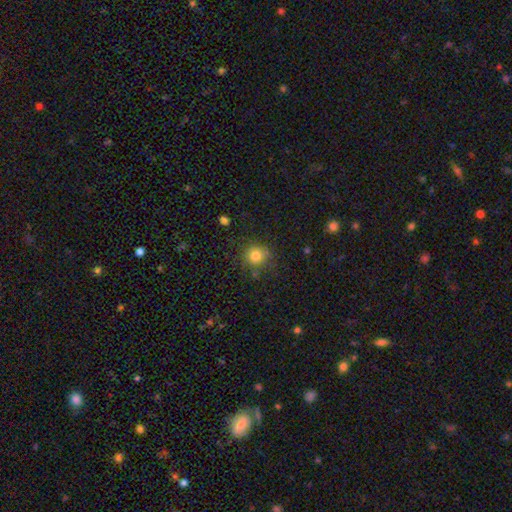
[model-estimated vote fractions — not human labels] The model was most divided on "smooth or featured": smooth: 81%, star or artifact: 13%, featured or disk: 6%. More confident: how rounded — round (90%); merging — none (80%).